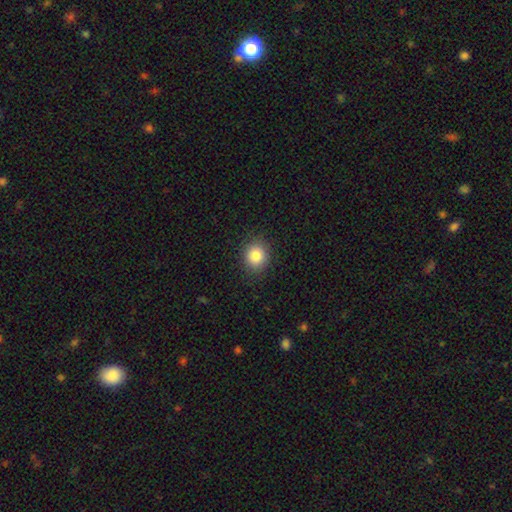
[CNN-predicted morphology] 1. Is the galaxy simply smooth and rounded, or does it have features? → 84% smooth, 10% star or artifact, 6% featured or disk.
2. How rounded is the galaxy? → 73% round, 26% in between, 1% cigar-shaped.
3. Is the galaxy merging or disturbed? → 88% none, 8% minor disturbance, 3% major disturbance, 1% merger.